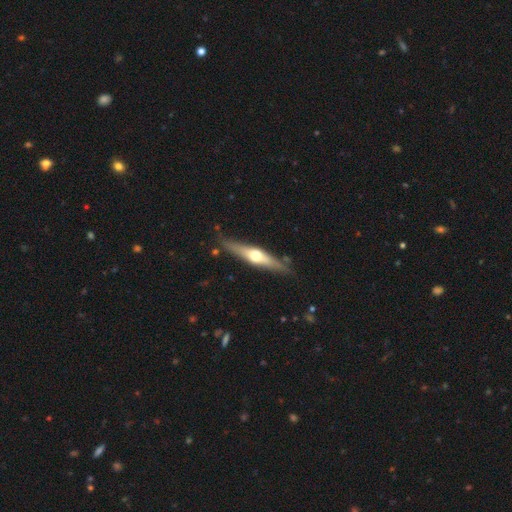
Overall: smooth (55%; featured or disk 35%). How rounded: cigar-shaped (73%). Merging: none (100%).